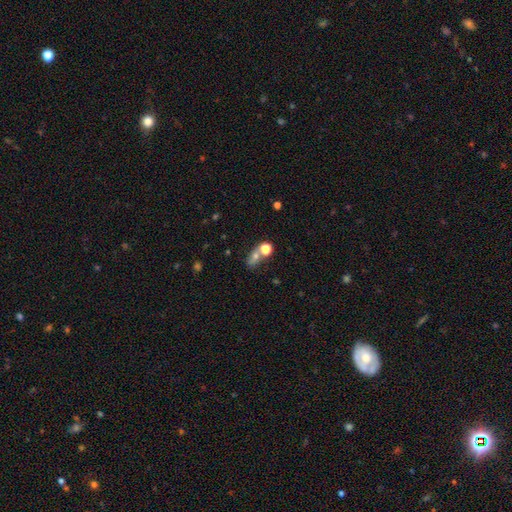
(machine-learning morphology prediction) type=smooth (60%); roundness=in between (51%); merging=none (39%, tied with merger).